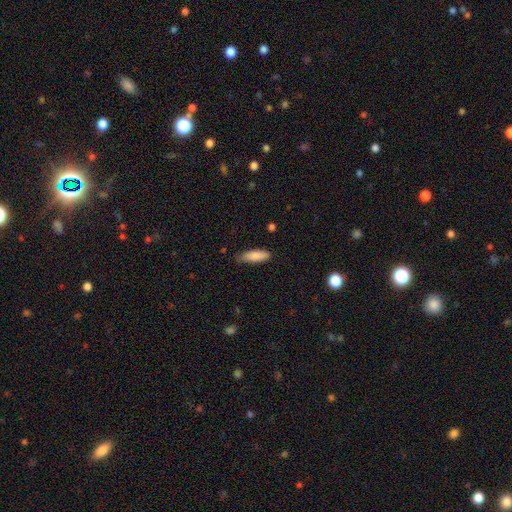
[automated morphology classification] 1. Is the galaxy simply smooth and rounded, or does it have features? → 85% smooth, 9% featured or disk, 6% star or artifact.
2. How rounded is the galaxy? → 50% in between, 48% cigar-shaped, 2% round.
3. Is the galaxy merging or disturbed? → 72% none, 23% minor disturbance, 3% major disturbance, 2% merger.